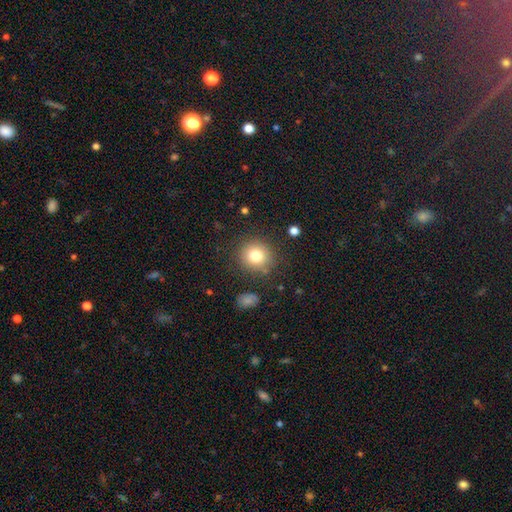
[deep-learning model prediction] Smooth or featured: smooth — 79% (star or artifact — 12%)
How rounded: round — 88% (in between — 11%)
Merging: none — 83% (minor disturbance — 10%)